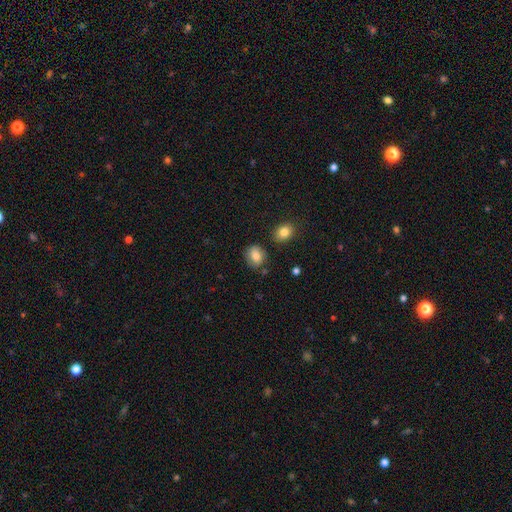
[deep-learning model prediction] smooth_or_featured: smooth (p=0.80) [alt: featured or disk p=0.12]
how_rounded: round (p=0.64) [alt: in between p=0.35]
merging: none (p=0.81) [alt: minor disturbance p=0.12]